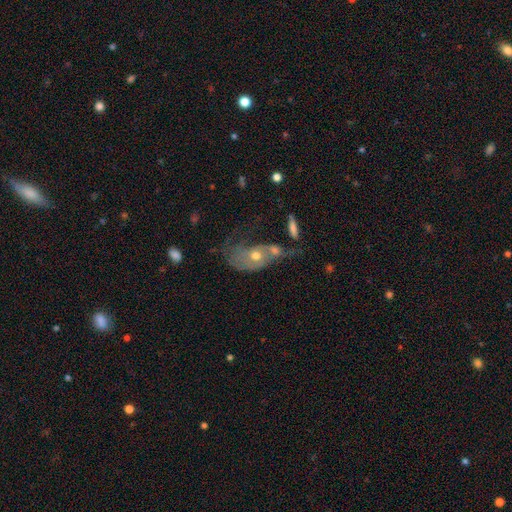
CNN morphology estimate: smooth-or-featured: featured or disk: 56% | smooth: 34% | star or artifact: 10%
  disk-edge-on: no: 89% | yes: 11%
  merging: merger: 43% | major disturbance: 25% | none: 18% | minor disturbance: 14%